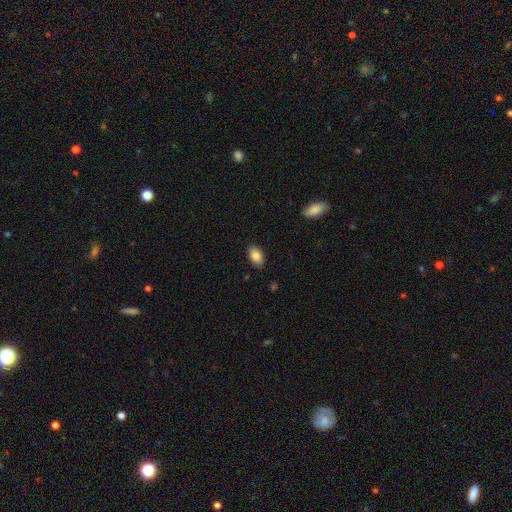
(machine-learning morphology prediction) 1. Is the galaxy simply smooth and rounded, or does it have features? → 87% smooth, 8% star or artifact, 5% featured or disk.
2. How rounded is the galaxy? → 90% in between, 9% round, 1% cigar-shaped.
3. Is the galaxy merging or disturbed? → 87% none, 9% minor disturbance, 2% major disturbance, 1% merger.